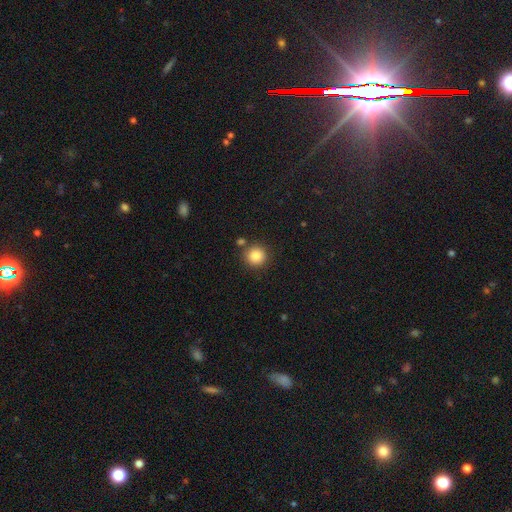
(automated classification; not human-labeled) Smooth or featured? Predicted: smooth (p=0.85). How rounded? Predicted: round (p=0.94). Merging? Predicted: none (p=0.84).